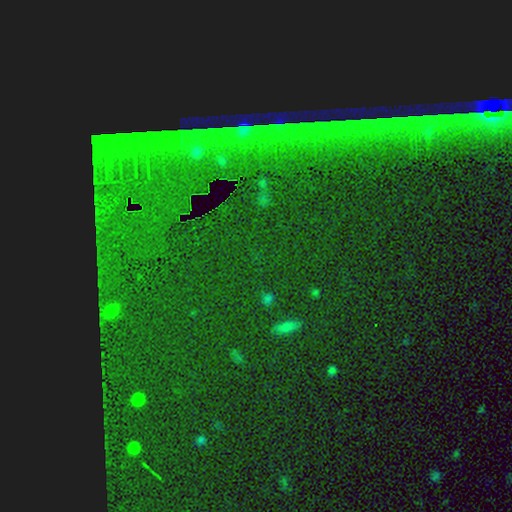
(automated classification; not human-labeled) Q: Smooth or featured?
A: star or artifact (77%); runner-up: smooth (13%)